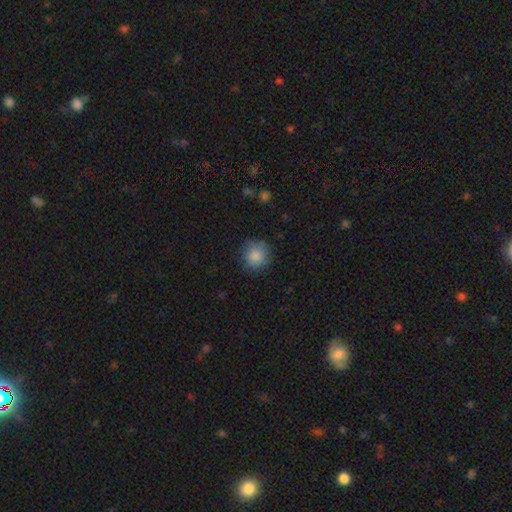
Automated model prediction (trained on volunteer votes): A smooth galaxy with no disk features (86%) that is round (91%). Merging: none (82%).